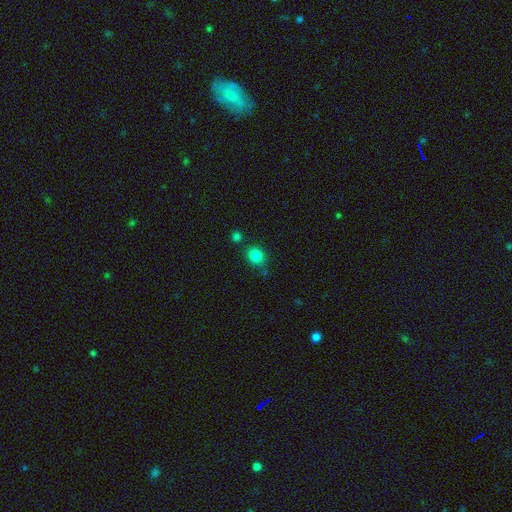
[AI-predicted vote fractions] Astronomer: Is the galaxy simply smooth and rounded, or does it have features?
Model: smooth — 84%.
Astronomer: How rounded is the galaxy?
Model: round — 77%.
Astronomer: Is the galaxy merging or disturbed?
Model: none — 76%.